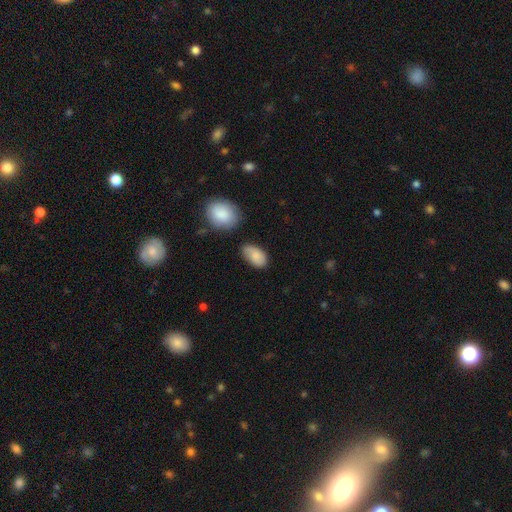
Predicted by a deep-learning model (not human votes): smooth-or-featured: smooth: 82% | featured or disk: 11% | star or artifact: 7%
  how-rounded: in between: 93% | round: 6% | cigar-shaped: 2%
  merging: none: 61% | minor disturbance: 27% | merger: 6% | major disturbance: 6%